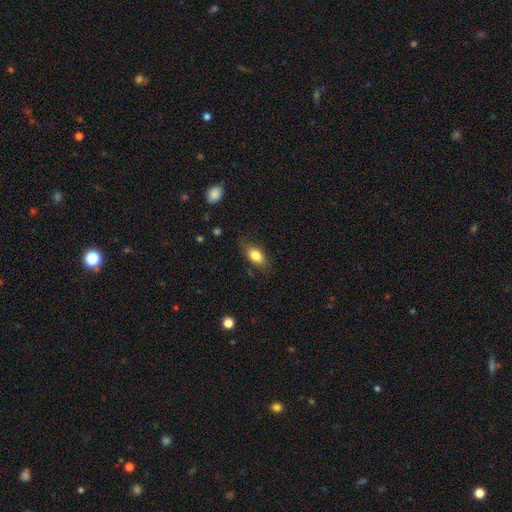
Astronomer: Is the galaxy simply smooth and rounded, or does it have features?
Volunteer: smooth — 75%.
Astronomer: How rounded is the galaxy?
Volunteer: in between — 90%.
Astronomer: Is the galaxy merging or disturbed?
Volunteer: none — 80%.